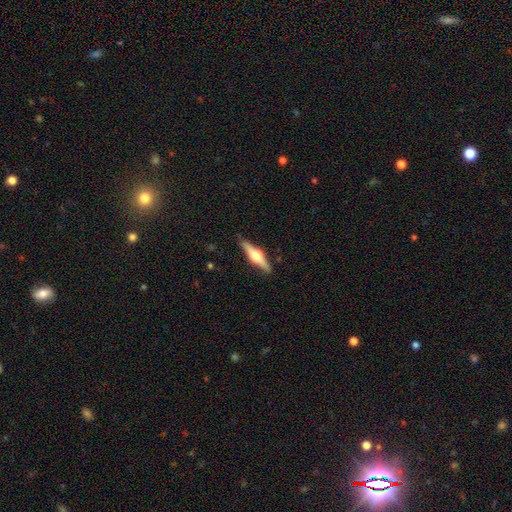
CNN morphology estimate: The model was most divided on "smooth or featured": featured or disk: 71%, smooth: 23%, star or artifact: 5%. More confident: edge-on disk — yes (97%); edge-on bulge — rounded (94%); merging — none (89%).